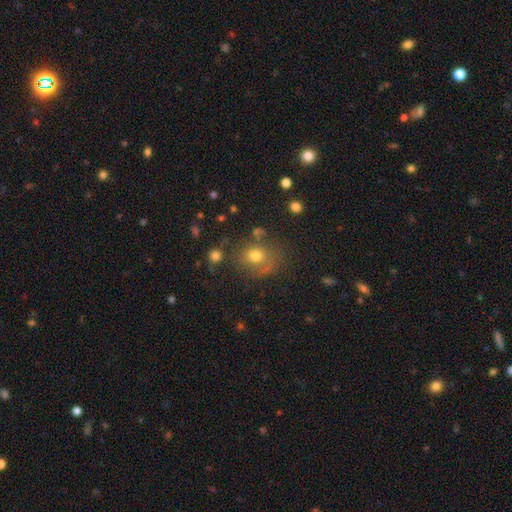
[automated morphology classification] smooth 69%, star or artifact 15%, featured or disk 15%. Down the decision tree: how rounded — round (67%); merging — none (65%).